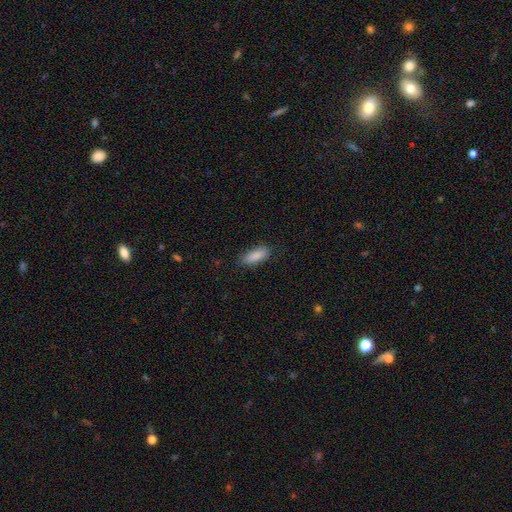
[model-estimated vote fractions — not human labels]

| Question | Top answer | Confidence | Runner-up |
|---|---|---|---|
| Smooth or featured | smooth | 88% | star or artifact (7%) |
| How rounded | in between | 69% | cigar-shaped (29%) |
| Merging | none | 81% | minor disturbance (15%) |